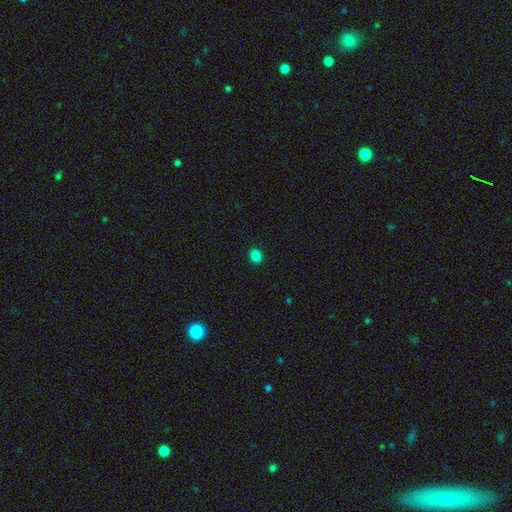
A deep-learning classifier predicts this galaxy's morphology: type=smooth (84%); roundness=round (64%); merging=none (91%).